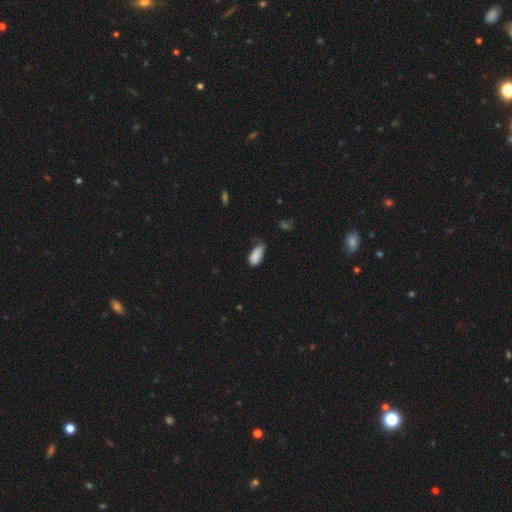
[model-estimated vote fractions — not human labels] Q: Smooth or featured?
A: smooth (87%); runner-up: star or artifact (8%)
Q: How rounded?
A: in between (89%); runner-up: cigar-shaped (9%)
Q: Merging?
A: none (48%); runner-up: minor disturbance (40%)